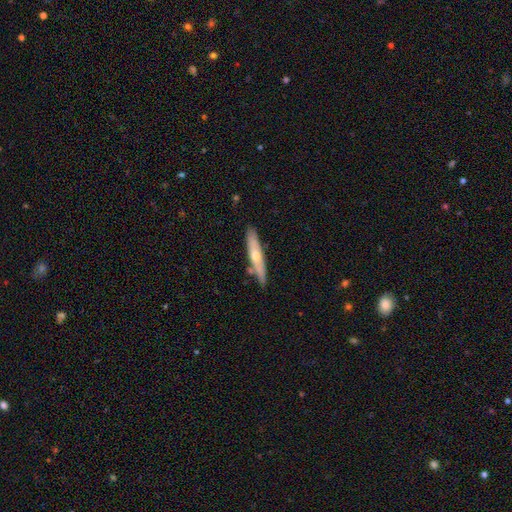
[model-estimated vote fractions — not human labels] Morphology: type=featured or disk (52%); edge-on=yes (81%); merging=none (79%).